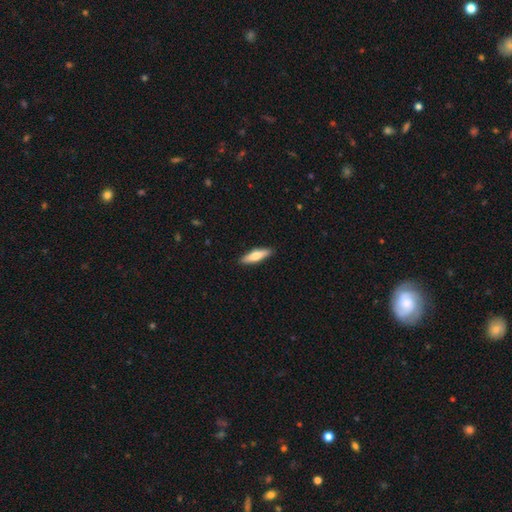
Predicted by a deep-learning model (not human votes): Smooth or featured? smooth (65%)
How rounded? cigar-shaped (69%)
Merging? none (90%)